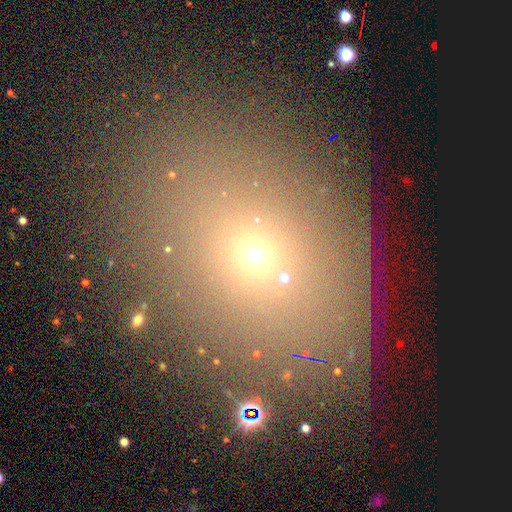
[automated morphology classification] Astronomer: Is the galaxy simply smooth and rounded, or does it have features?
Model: smooth — 59%.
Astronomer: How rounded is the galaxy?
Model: in between — 60% (runner-up: round, 37%).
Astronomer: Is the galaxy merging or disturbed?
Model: none — 78%.